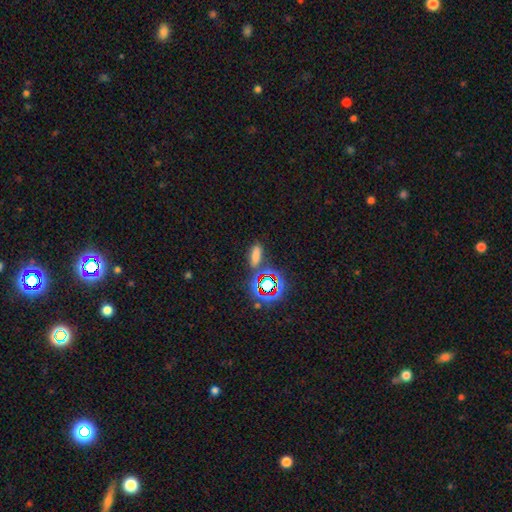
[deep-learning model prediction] This is likely a smooth galaxy (62%). How rounded: likely in between (69%). Merging: likely none (72%).